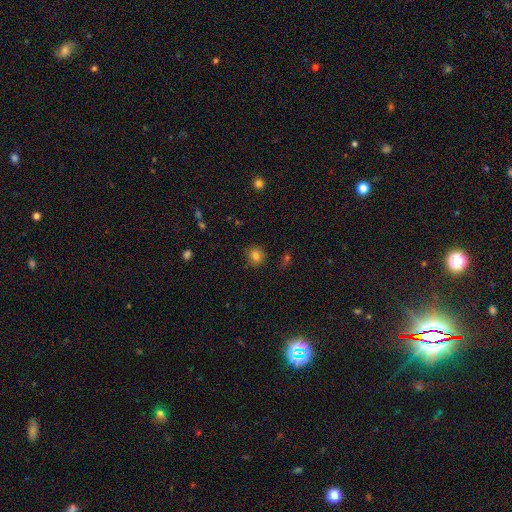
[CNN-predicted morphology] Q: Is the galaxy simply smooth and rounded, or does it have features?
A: smooth — 80%.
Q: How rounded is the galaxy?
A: round — 82%.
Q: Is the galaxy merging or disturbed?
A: none — 85%.